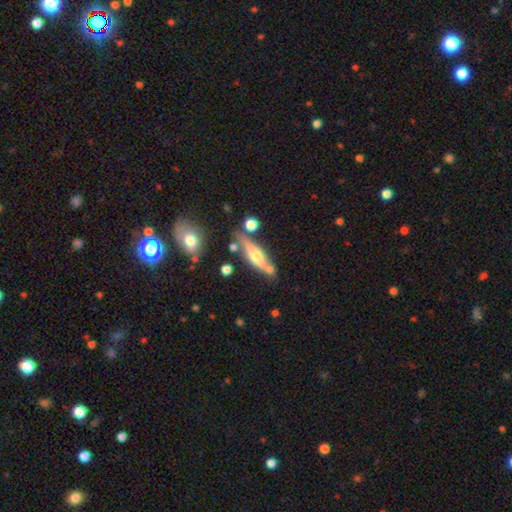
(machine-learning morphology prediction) The model was most divided on "smooth or featured": featured or disk: 59%, smooth: 34%, star or artifact: 7%. More confident: edge-on bulge — rounded (89%); edge-on disk — yes (87%); merging — none (67%).